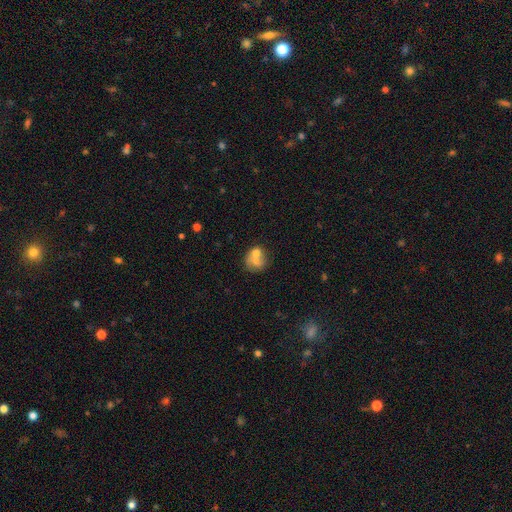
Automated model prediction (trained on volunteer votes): smooth-or-featured: smooth: 62% | featured or disk: 28% | star or artifact: 10%
  how-rounded: round: 66% | in between: 33% | cigar-shaped: 1%
  merging: merger: 52% | none: 30% | minor disturbance: 11% | major disturbance: 8%